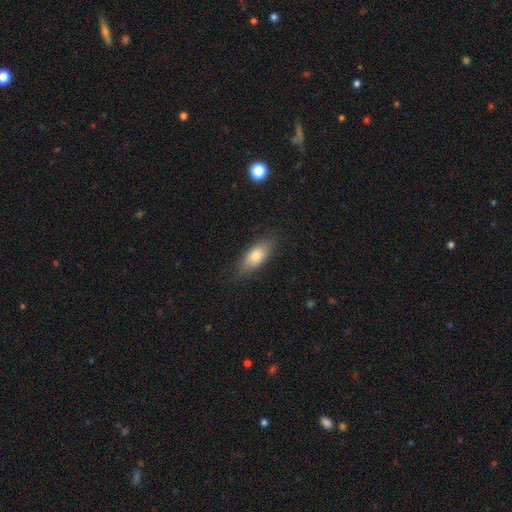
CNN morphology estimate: This appears to be a smooth galaxy with no disk features (78%) that is in between round and cigar-shaped (79%). Merging: none (81%).